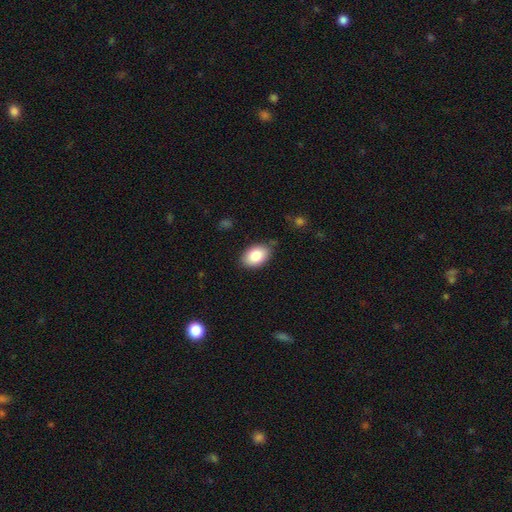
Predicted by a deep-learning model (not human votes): A smooth galaxy with no disk features (85%) that is in between round and cigar-shaped (88%).

Vote fractions:
- Smooth or featured? smooth: 85% / featured or disk: 8% / star or artifact: 7%
- How rounded? in between: 88% / round: 11% / cigar-shaped: 1%
- Merging? none: 80% / minor disturbance: 15% / major disturbance: 3% / merger: 2%